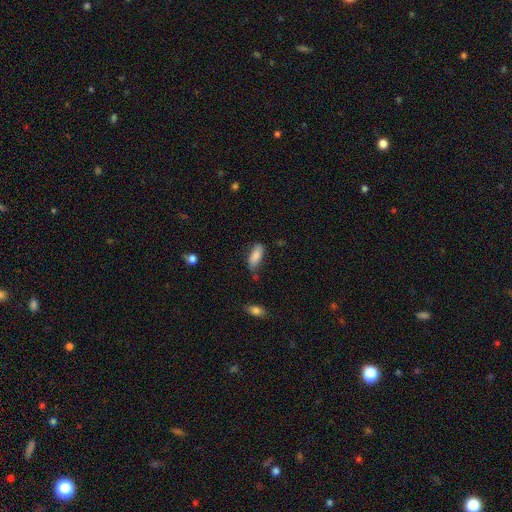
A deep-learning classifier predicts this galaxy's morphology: Smooth or featured: smooth — 85% (featured or disk — 8%)
How rounded: in between — 77% (cigar-shaped — 21%)
Merging: none — 65% (minor disturbance — 25%)